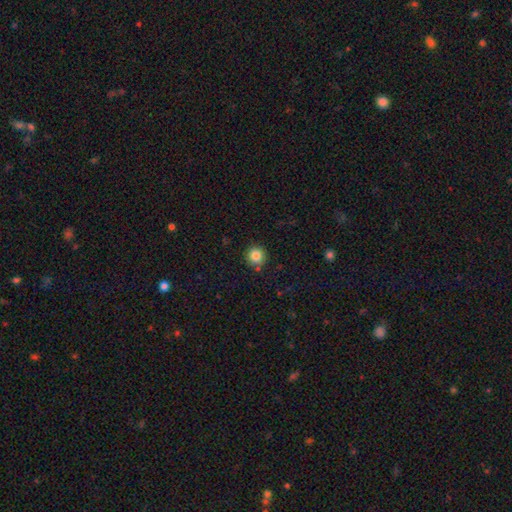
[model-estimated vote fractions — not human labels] smooth-or-featured: smooth: 85% | star or artifact: 10% | featured or disk: 5%
  how-rounded: round: 94% | in between: 5% | cigar-shaped: 1%
  merging: none: 87% | minor disturbance: 8% | merger: 3% | major disturbance: 2%